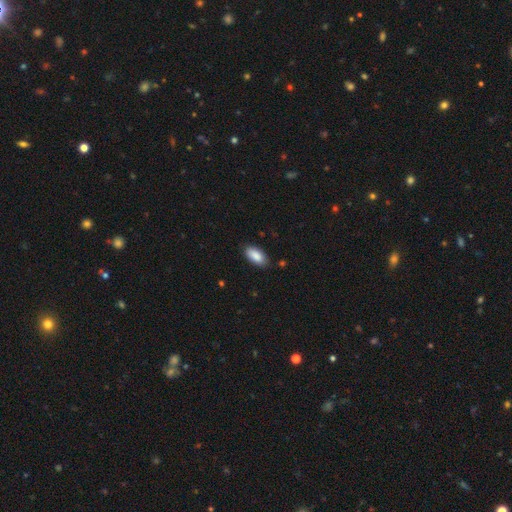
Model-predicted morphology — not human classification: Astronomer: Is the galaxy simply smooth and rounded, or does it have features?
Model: smooth — 89%.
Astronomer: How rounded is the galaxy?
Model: in between — 93%.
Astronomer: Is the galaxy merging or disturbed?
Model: none — 86%.